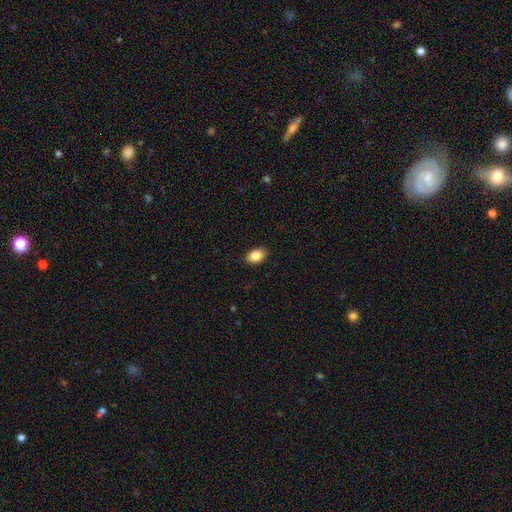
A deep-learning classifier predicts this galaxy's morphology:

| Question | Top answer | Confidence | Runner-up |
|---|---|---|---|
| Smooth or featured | smooth | 86% | star or artifact (8%) |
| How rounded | in between | 87% | round (11%) |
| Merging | none | 89% | minor disturbance (8%) |